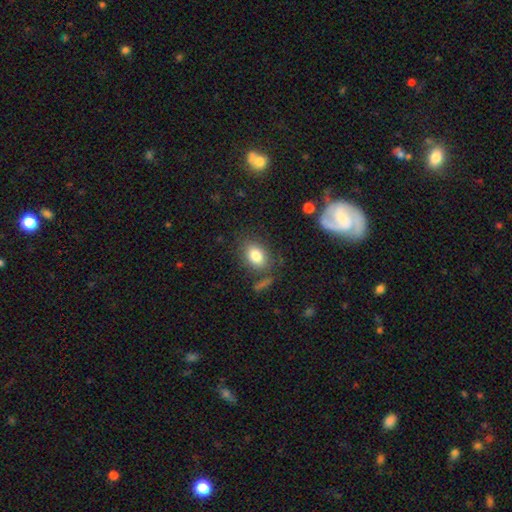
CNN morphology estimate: Smooth or featured?
  - smooth: 82% *
  - featured or disk: 9%
  - star or artifact: 9%
How rounded?
  - in between: 74% *
  - round: 24%
  - cigar-shaped: 2%
Merging?
  - none: 76% *
  - minor disturbance: 14%
  - merger: 5%
  - major disturbance: 5%